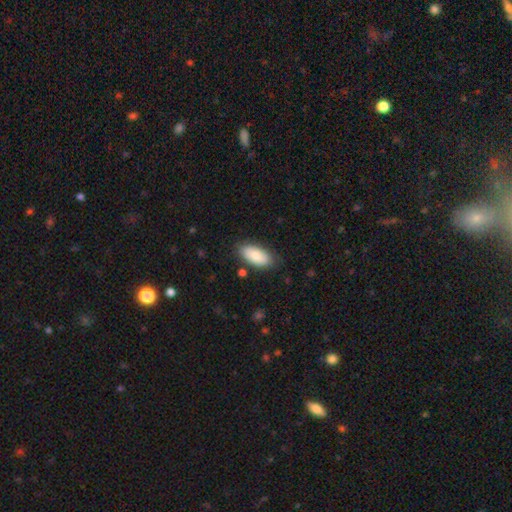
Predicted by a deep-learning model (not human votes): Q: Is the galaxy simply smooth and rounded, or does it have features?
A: smooth — 79%.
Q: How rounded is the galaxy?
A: in between — 92%.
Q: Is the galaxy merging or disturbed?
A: none — 80%.